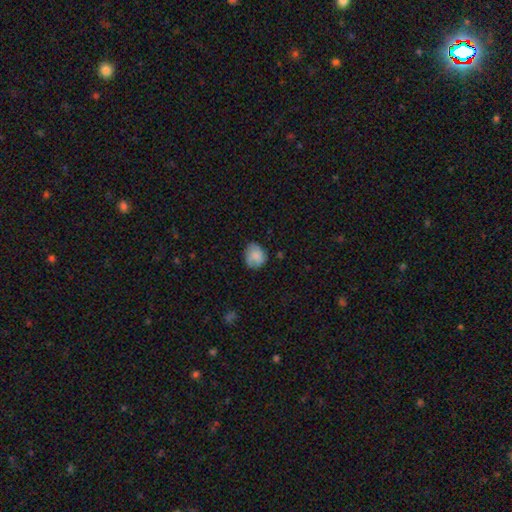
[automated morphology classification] smooth-or-featured: smooth: 78% | featured or disk: 15% | star or artifact: 8%
  how-rounded: round: 71% | in between: 28% | cigar-shaped: 1%
  merging: none: 67% | minor disturbance: 25% | major disturbance: 6% | merger: 2%